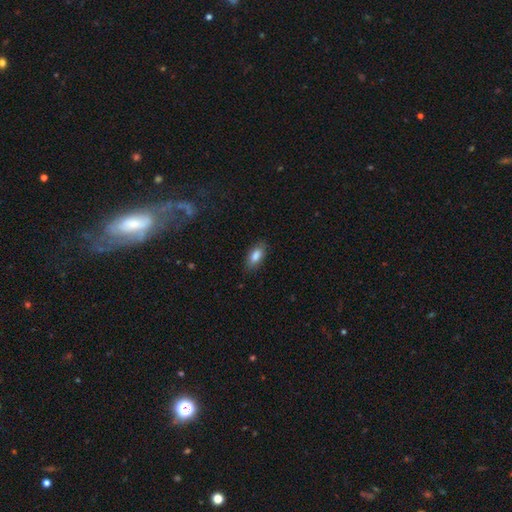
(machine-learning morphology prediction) type=smooth (83%); roundness=in between (87%); merging=none (83%).